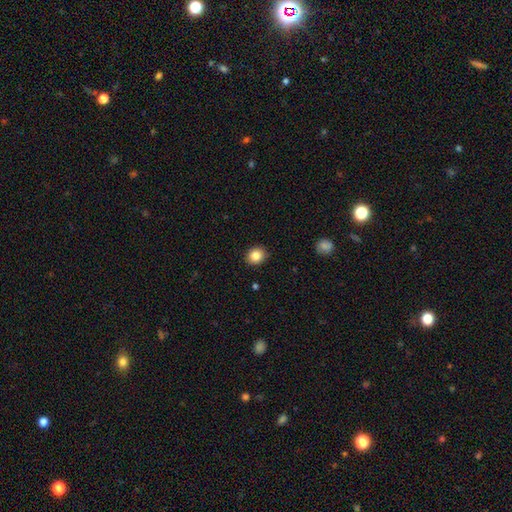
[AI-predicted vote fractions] The model was most divided on "how rounded": round: 75%, in between: 25%, cigar-shaped: 1%. More confident: merging — none (90%); smooth or featured — smooth (84%).